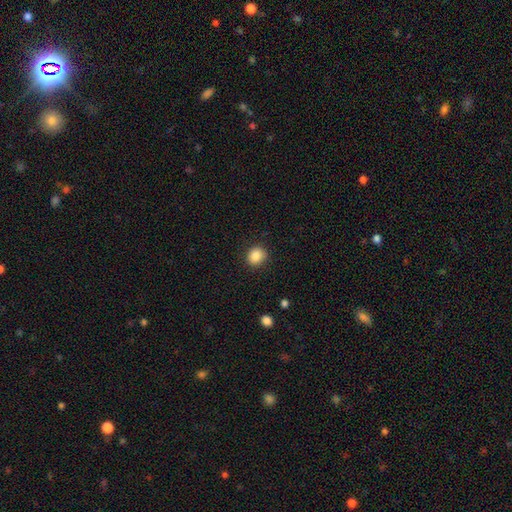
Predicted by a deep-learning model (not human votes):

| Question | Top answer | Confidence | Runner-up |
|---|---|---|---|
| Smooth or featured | smooth | 86% | star or artifact (9%) |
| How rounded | round | 72% | in between (27%) |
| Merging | none | 89% | minor disturbance (8%) |